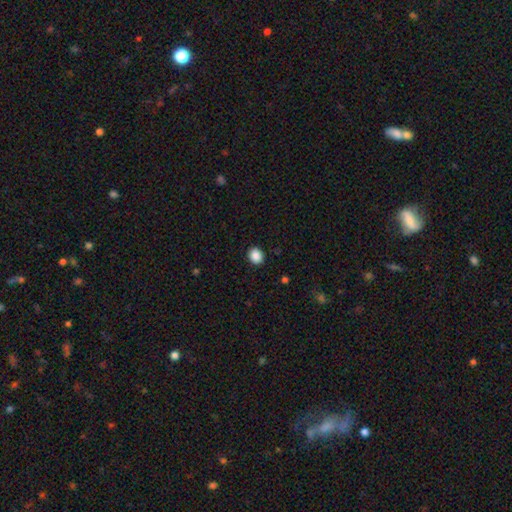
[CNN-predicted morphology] Q: Smooth or featured?
A: smooth (88%); runner-up: star or artifact (9%)
Q: How rounded?
A: round (65%); runner-up: in between (34%)
Q: Merging?
A: none (91%); runner-up: minor disturbance (6%)